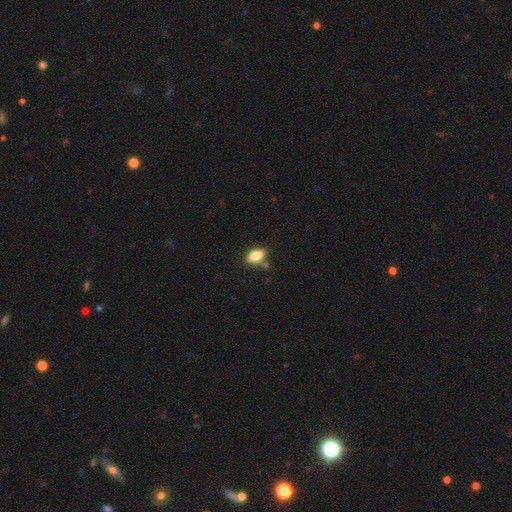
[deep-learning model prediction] smooth-or-featured: smooth: 80% | featured or disk: 12% | star or artifact: 8%
  how-rounded: in between: 88% | round: 7% | cigar-shaped: 5%
  merging: none: 73% | minor disturbance: 15% | merger: 9% | major disturbance: 3%